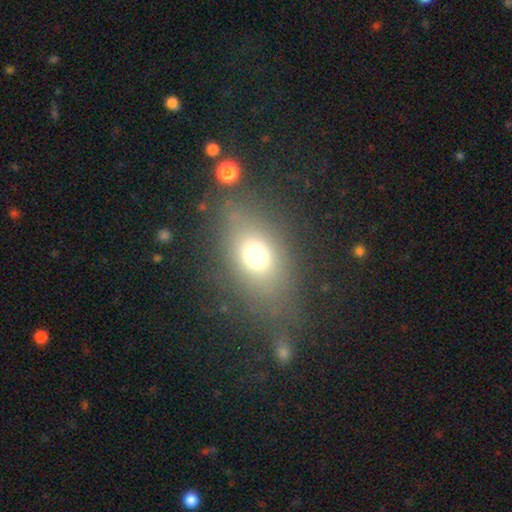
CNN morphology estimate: Smooth or featured: smooth — 68% (featured or disk — 16%)
How rounded: in between — 66% (round — 29%)
Merging: none — 69% (minor disturbance — 15%)